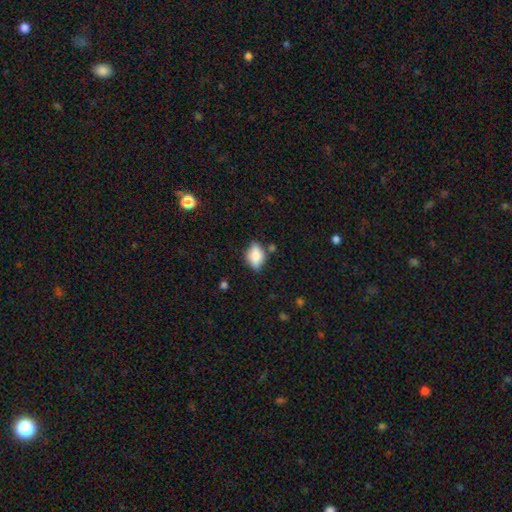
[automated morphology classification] type=smooth (78%); roundness=in between (82%); merging=none (67%).